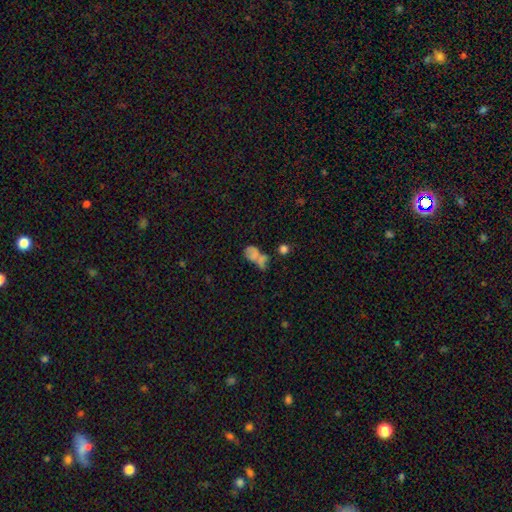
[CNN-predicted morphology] Smooth or featured? smooth (56%)
How rounded? in between (73%)
Merging? merger (46%)